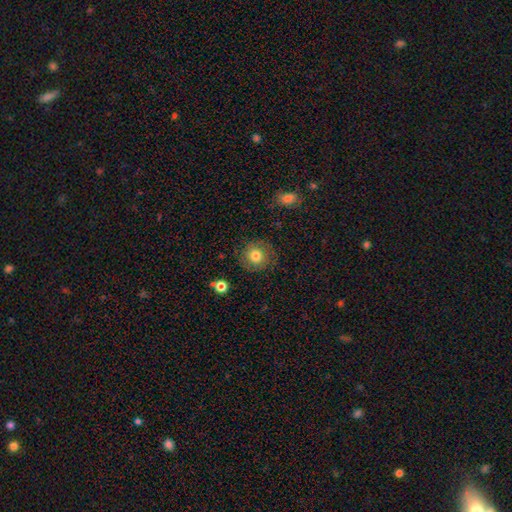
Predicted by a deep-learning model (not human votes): The model was most divided on "smooth or featured": smooth: 76%, featured or disk: 14%, star or artifact: 10%. More confident: how rounded — round (91%); merging — none (84%).